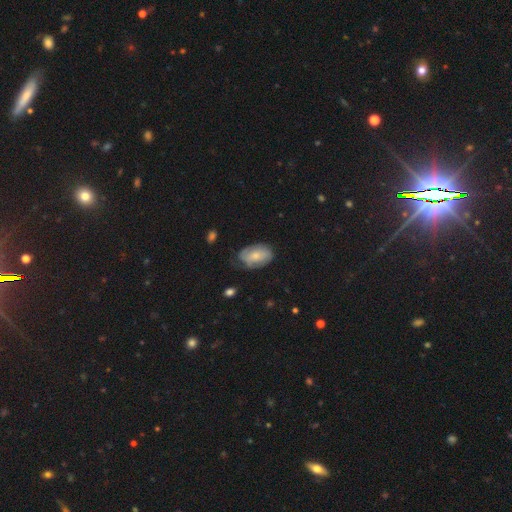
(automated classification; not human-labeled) smooth_or_featured: smooth (p=0.62) [alt: featured or disk p=0.32]
how_rounded: in between (p=0.88) [alt: round p=0.10]
merging: none (p=0.61) [alt: minor disturbance p=0.29]